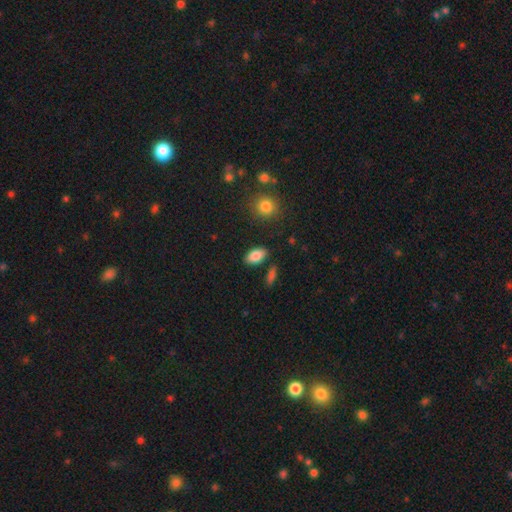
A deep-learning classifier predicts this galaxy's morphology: Smooth or featured? Predicted: smooth (p=0.85). How rounded? Predicted: in between (p=0.92). Merging? Predicted: none (p=0.84).